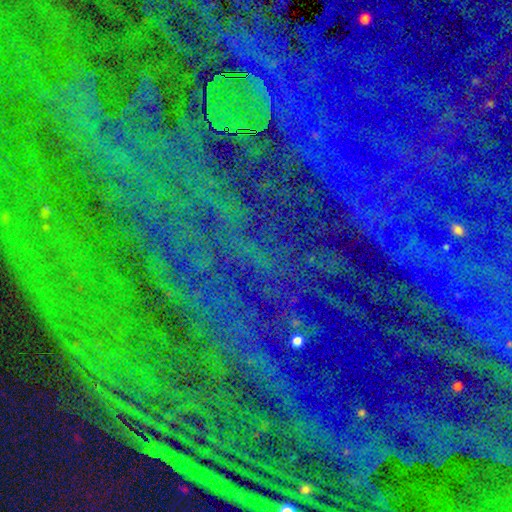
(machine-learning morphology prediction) Smooth or featured? star or artifact (85%)